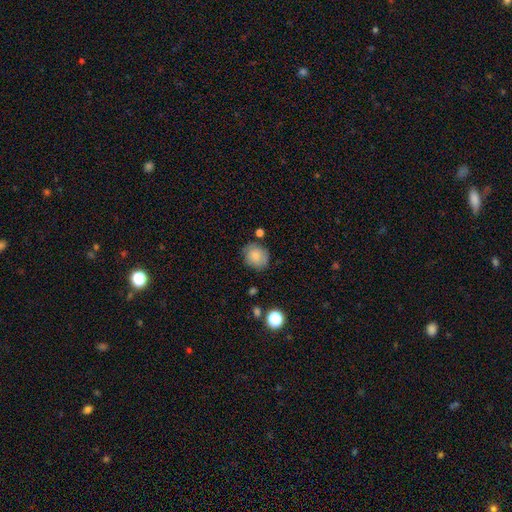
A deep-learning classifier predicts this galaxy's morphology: Overall: smooth (76%). How rounded: round (75%). Merging: none (73%).